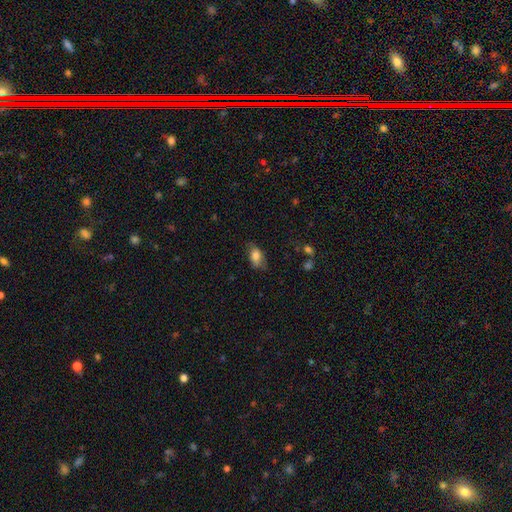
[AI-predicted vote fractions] Smooth or featured?
  - smooth: 76% *
  - featured or disk: 16%
  - star or artifact: 8%
How rounded?
  - in between: 90% *
  - round: 7%
  - cigar-shaped: 3%
Merging?
  - none: 66% *
  - minor disturbance: 25%
  - major disturbance: 8%
  - merger: 1%